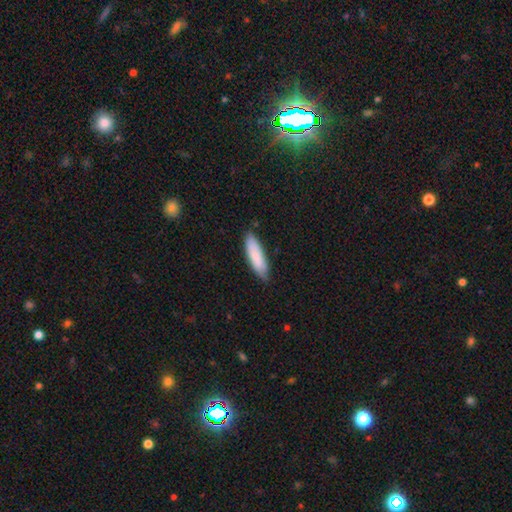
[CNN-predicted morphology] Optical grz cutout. It shows a smooth galaxy with no disk features (83%) that is cigar-shaped (58%). Merging: none (78%).